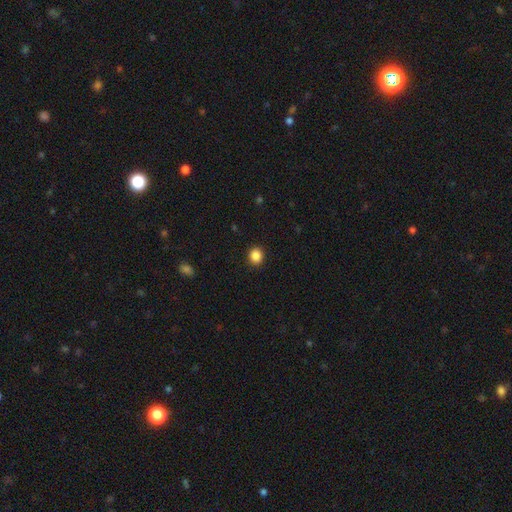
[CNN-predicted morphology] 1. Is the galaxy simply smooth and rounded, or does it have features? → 87% smooth, 10% star or artifact, 3% featured or disk.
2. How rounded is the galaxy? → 78% round, 21% in between, 1% cigar-shaped.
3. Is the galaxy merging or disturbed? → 92% none, 6% minor disturbance, 2% major disturbance, 1% merger.